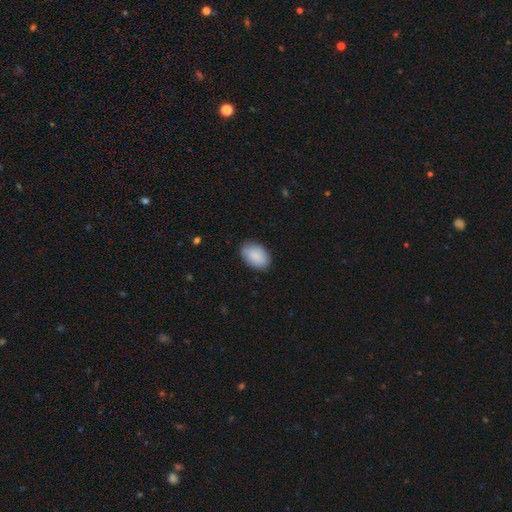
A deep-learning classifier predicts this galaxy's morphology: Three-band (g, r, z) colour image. It shows a smooth galaxy with no disk features (89%) that is in between round and cigar-shaped (91%). Merging: none (85%).